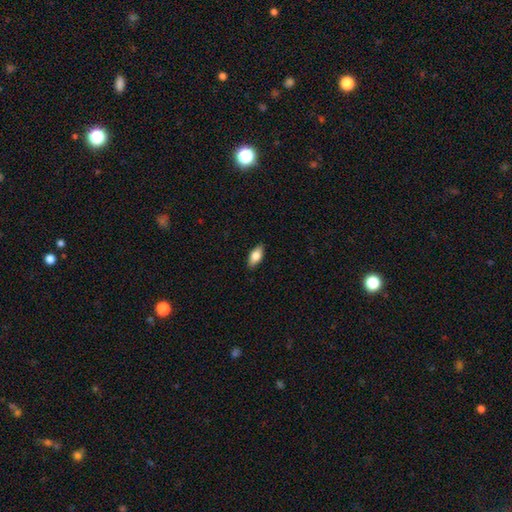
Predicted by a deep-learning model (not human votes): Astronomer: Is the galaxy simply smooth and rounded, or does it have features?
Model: smooth — 78%.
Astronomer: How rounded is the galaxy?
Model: in between — 87%.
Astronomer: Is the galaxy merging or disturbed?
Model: none — 88%.